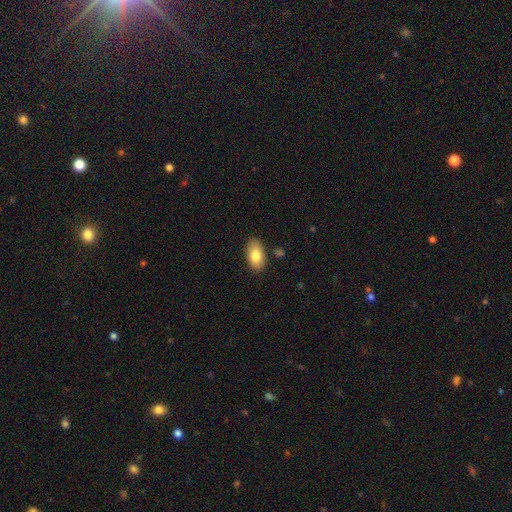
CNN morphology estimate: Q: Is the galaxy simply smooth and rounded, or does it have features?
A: smooth — 82%.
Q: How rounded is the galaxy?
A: in between — 93%.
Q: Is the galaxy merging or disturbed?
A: none — 82%.